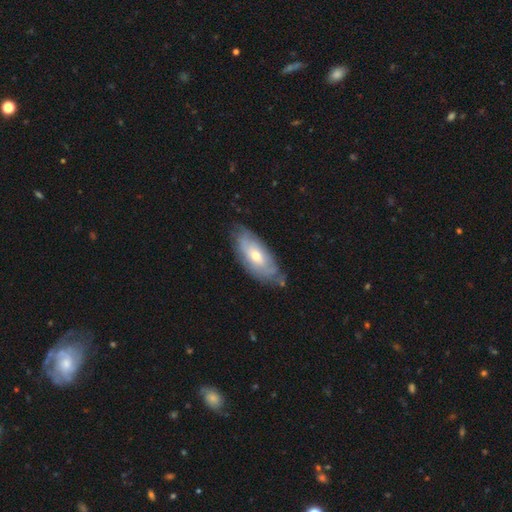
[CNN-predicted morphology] Smooth or featured? Predicted: featured or disk (p=0.54). Edge-on disk? Predicted: no (p=0.83). Merging? Predicted: none (p=0.69).